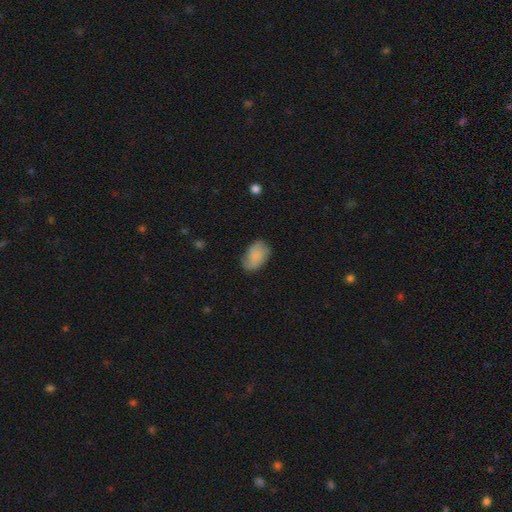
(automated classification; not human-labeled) A smooth galaxy with no disk features (77%) that is in between round and cigar-shaped (90%). Merging: none (66%).